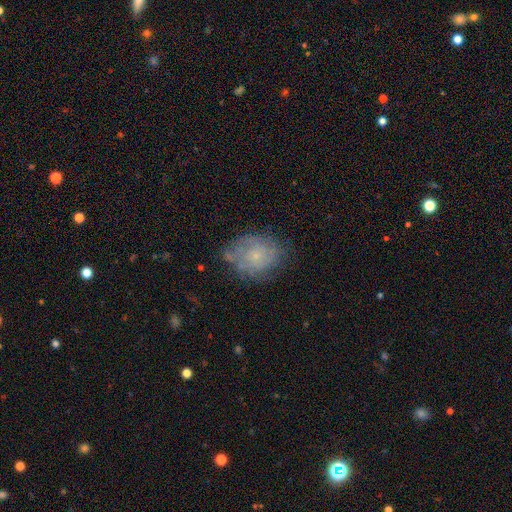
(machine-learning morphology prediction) A featured or disk galaxy (44%, tied with smooth). Merging: none (66%).